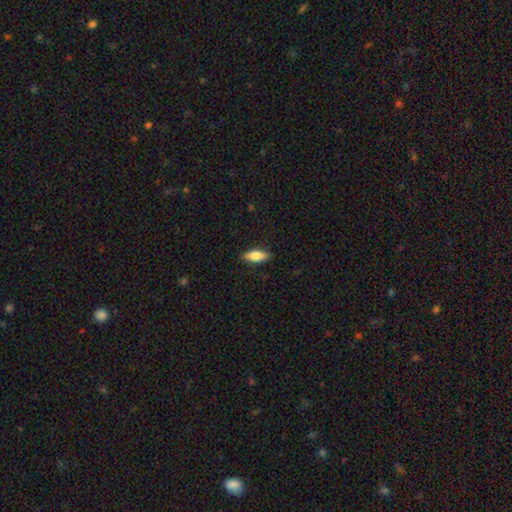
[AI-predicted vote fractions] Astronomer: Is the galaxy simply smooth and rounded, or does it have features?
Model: smooth — 75%.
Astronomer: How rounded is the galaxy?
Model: in between — 70%.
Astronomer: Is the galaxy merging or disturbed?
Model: none — 87%.